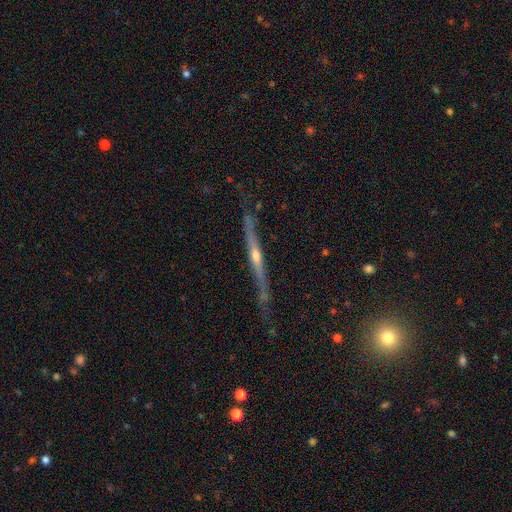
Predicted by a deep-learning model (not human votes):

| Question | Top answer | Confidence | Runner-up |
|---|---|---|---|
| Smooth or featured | featured or disk | 79% | smooth (14%) |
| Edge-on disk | yes | 96% | no (4%) |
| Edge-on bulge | rounded | 75% | none (21%) |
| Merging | none | 71% | minor disturbance (22%) |